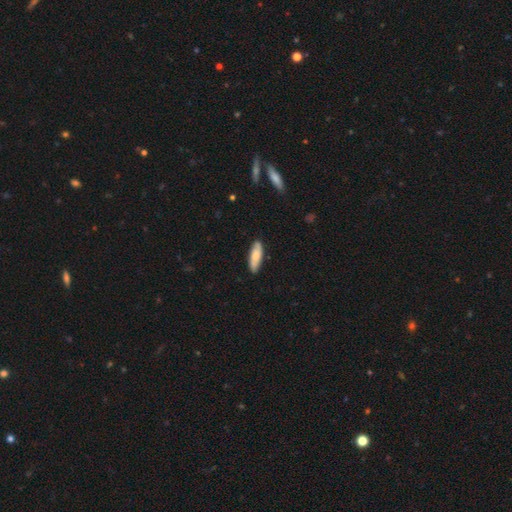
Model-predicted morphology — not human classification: Smooth or featured?
  - smooth: 77% *
  - featured or disk: 18%
  - star or artifact: 5%
How rounded?
  - cigar-shaped: 50% *
  - in between: 49%
  - round: 2%
Merging?
  - none: 87% *
  - minor disturbance: 11%
  - major disturbance: 2%
  - merger: 1%